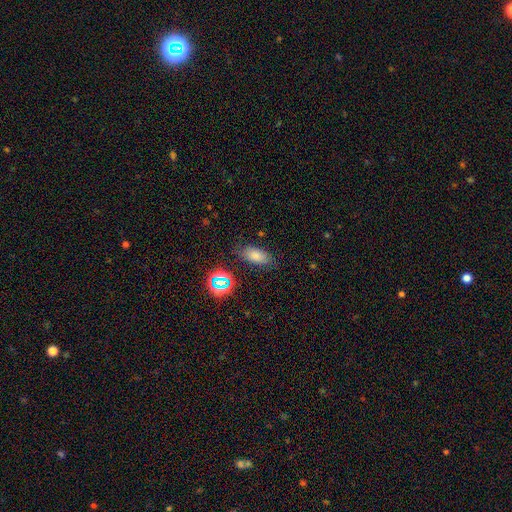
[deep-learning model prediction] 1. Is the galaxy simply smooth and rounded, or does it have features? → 74% smooth, 16% star or artifact, 10% featured or disk.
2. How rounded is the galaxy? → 85% in between, 9% cigar-shaped, 6% round.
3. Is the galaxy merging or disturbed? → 80% none, 14% minor disturbance, 4% major disturbance, 3% merger.